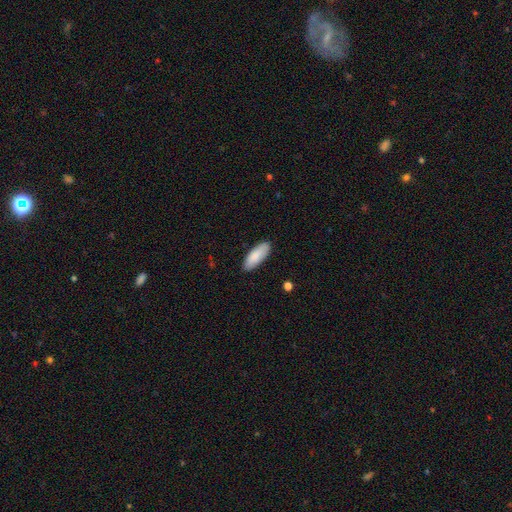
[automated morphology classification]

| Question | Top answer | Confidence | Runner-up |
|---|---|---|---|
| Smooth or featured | smooth | 87% | featured or disk (8%) |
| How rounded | in between | 74% | cigar-shaped (25%) |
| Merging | none | 86% | minor disturbance (11%) |